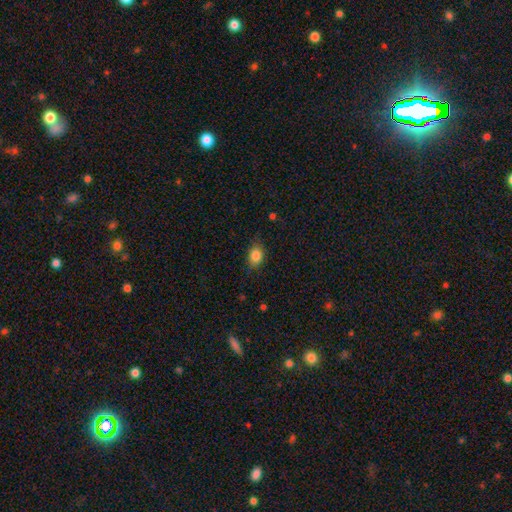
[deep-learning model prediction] The model was most divided on "how rounded": in between: 68%, round: 31%, cigar-shaped: 1%. More confident: smooth or featured — smooth (85%); merging — none (80%).